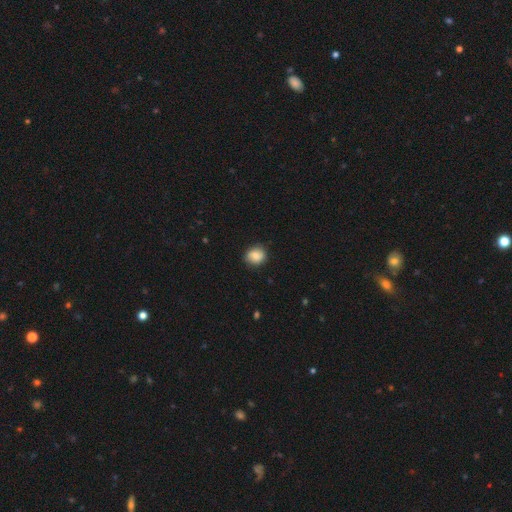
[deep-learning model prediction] A smooth galaxy with no disk features (83%) that is round (74%).

Vote fractions:
- Smooth or featured? smooth: 83% / featured or disk: 9% / star or artifact: 8%
- How rounded? round: 74% / in between: 25% / cigar-shaped: 1%
- Merging? none: 84% / minor disturbance: 13% / major disturbance: 3% / merger: 1%